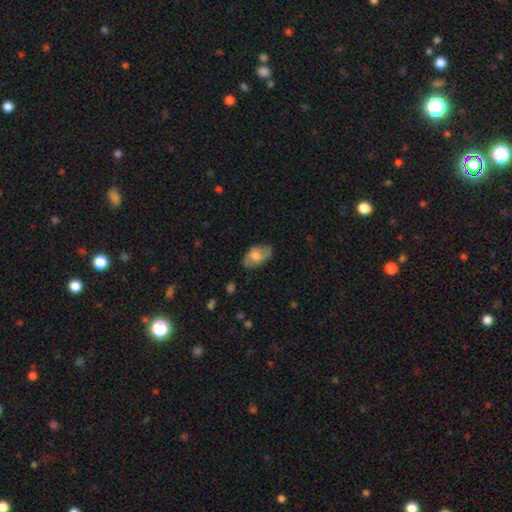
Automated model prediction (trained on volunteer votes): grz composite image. It shows a smooth galaxy with no disk features (48%). Merging: none (72%).